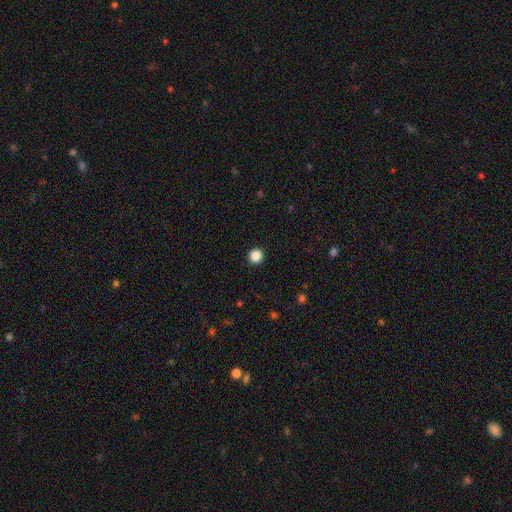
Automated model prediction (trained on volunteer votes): smooth_or_featured: smooth (p=0.87) [alt: star or artifact p=0.11]
how_rounded: round (p=0.94) [alt: in between p=0.05]
merging: none (p=0.93) [alt: minor disturbance p=0.04]